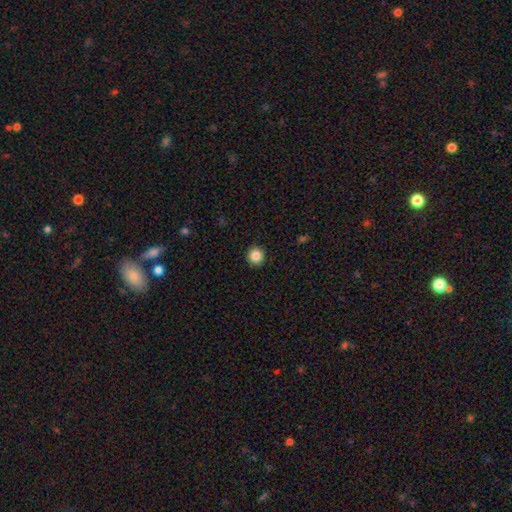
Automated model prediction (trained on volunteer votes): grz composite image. It shows a smooth galaxy with no disk features (86%) that is round (92%). Merging: none (92%).